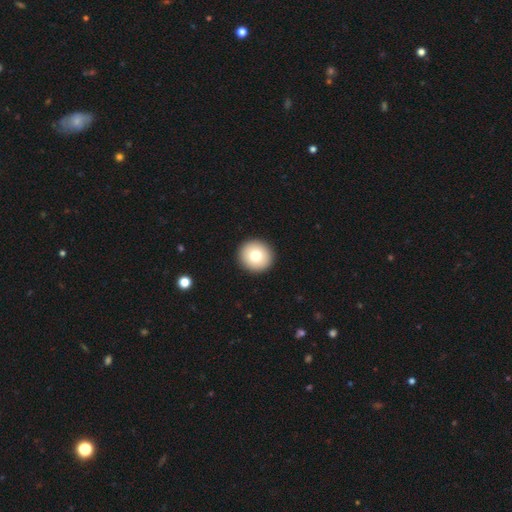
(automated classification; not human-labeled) smooth_or_featured: smooth (p=0.77) [alt: featured or disk p=0.14]
how_rounded: round (p=0.94) [alt: in between p=0.05]
merging: none (p=0.94) [alt: minor disturbance p=0.04]